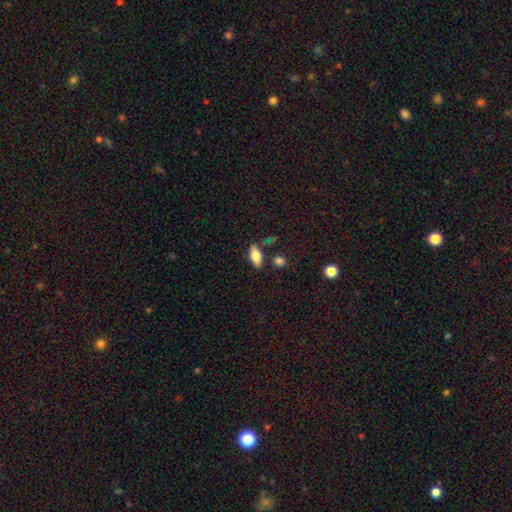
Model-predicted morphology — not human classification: Smooth or featured? smooth (65%)
How rounded? in between (80%)
Merging? none (72%)